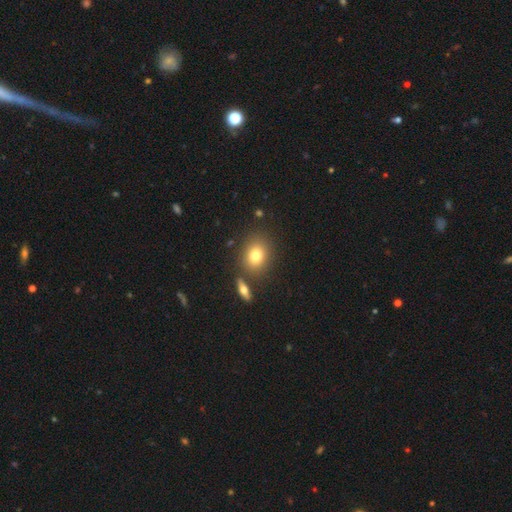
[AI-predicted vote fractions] smooth 78%, featured or disk 12%, star or artifact 10%. Down the decision tree: how rounded — round (49%, tied with in between); merging — none (77%).